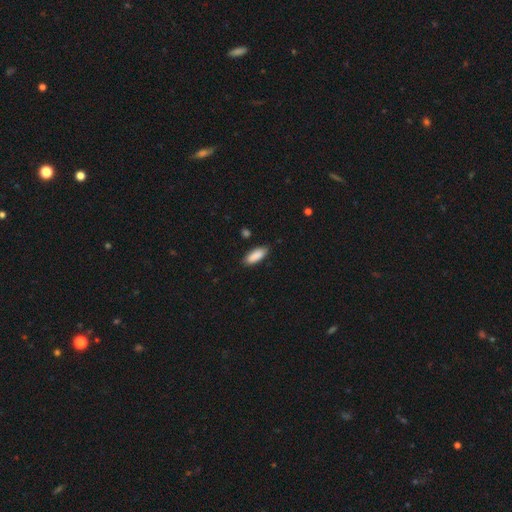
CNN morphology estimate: A smooth galaxy with no disk features (89%) that is in between round and cigar-shaped (73%).

Vote fractions:
- Smooth or featured? smooth: 89% / star or artifact: 6% / featured or disk: 5%
- How rounded? in between: 73% / cigar-shaped: 25% / round: 2%
- Merging? none: 84% / minor disturbance: 12% / major disturbance: 2% / merger: 1%